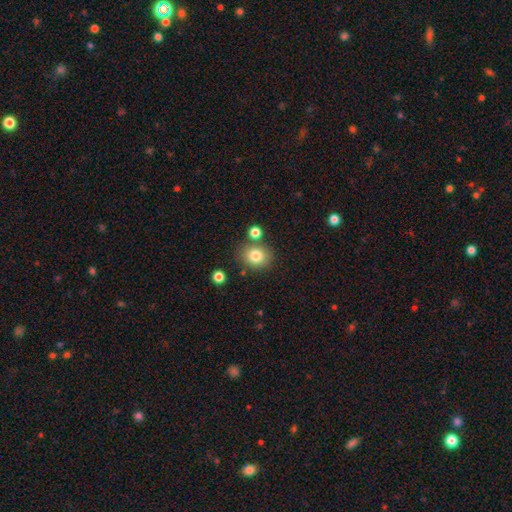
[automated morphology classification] A smooth galaxy with no disk features (81%) that is round (69%). Merging: none (74%).